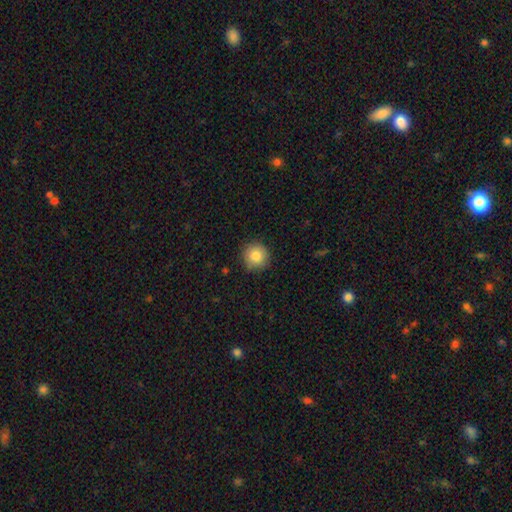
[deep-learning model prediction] Overall: smooth (85%). How rounded: round (94%). Merging: none (89%).